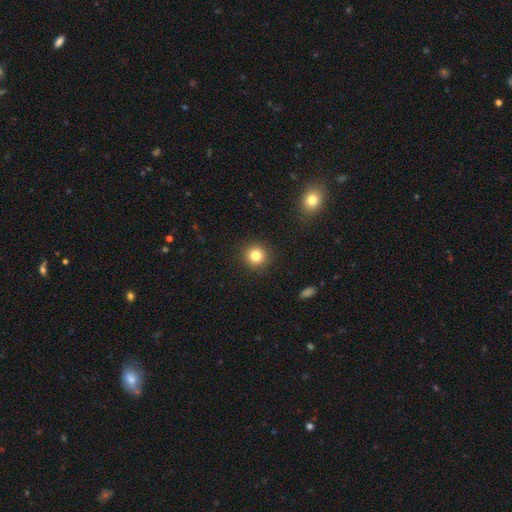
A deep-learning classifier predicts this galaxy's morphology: Smooth or featured? smooth (82%)
How rounded? round (94%)
Merging? none (91%)